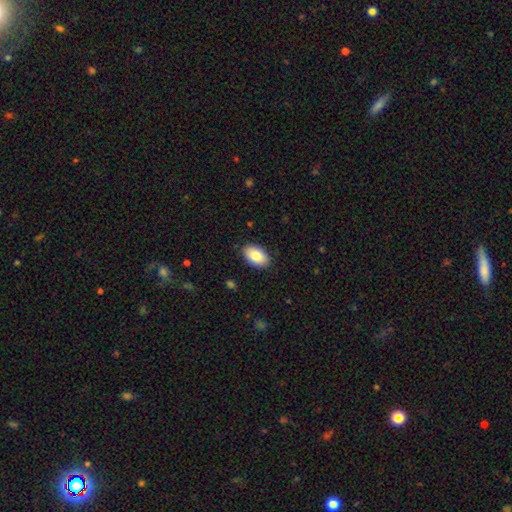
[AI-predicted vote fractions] A smooth galaxy with no disk features (84%) that is in between round and cigar-shaped (93%). Merging: none (88%).